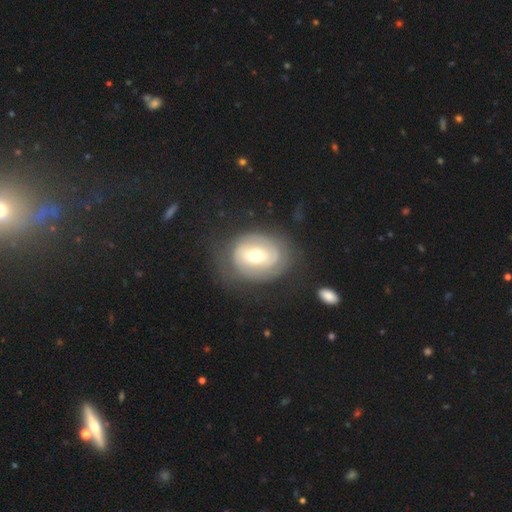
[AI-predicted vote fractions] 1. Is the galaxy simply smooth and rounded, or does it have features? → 66% featured or disk, 27% smooth, 6% star or artifact.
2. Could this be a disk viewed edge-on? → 95% no, 5% yes.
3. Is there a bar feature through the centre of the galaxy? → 41% no, 39% weak, 20% strong.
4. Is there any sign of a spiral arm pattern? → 66% yes, 34% no.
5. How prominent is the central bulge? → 63% moderate, 28% small, 6% large, 1% dominant, 1% none.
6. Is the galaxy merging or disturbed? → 68% none, 18% minor disturbance, 12% major disturbance, 2% merger.